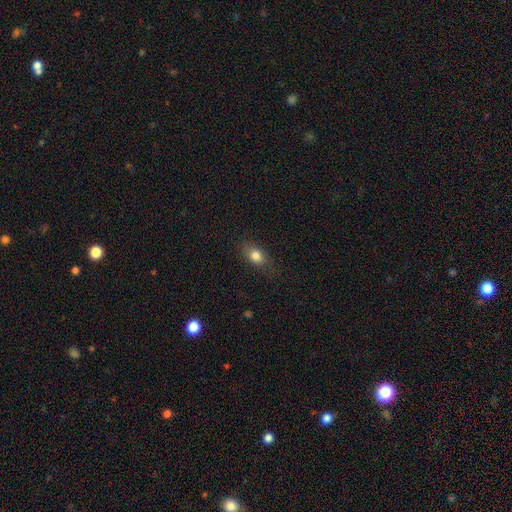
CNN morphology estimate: Smooth or featured? smooth (80%)
How rounded? in between (74%)
Merging? none (79%)